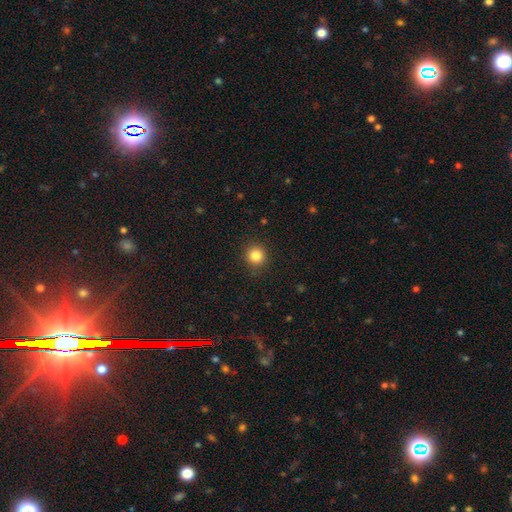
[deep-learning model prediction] This is clearly a smooth galaxy (84%). How rounded: clearly round (93%). Merging: clearly none (89%).